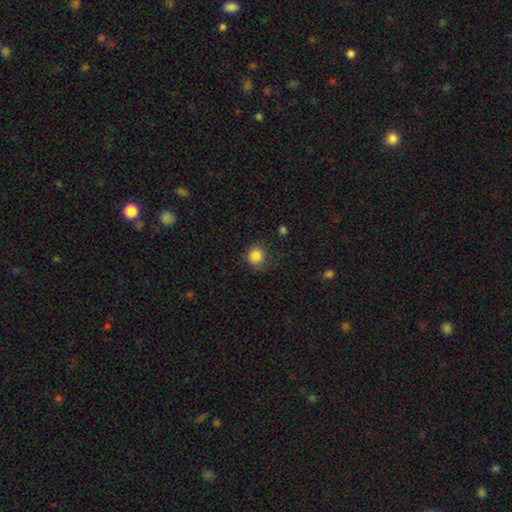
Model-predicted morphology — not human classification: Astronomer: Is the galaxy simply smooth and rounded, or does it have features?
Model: smooth — 85%.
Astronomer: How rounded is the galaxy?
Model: round — 90%.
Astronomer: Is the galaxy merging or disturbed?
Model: none — 77%.